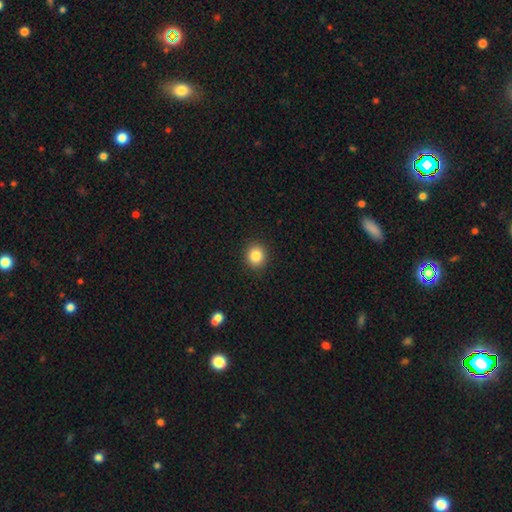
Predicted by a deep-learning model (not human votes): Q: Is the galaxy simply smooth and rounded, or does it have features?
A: smooth — 84%.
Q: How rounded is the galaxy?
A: round — 84%.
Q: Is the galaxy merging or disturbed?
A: none — 91%.